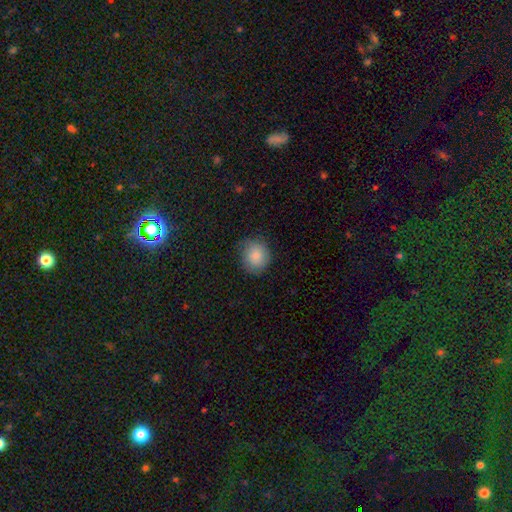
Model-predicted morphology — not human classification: smooth 87%, star or artifact 7%, featured or disk 6%. Down the decision tree: how rounded — round (79%); merging — none (78%).